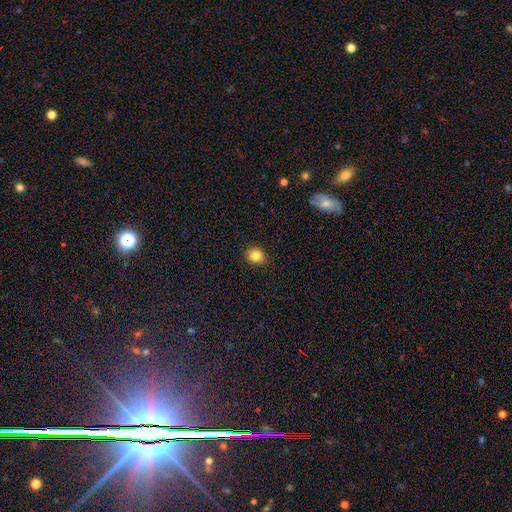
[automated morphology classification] A smooth galaxy with no disk features (83%) that is round (64%).

Vote fractions:
- Smooth or featured? smooth: 83% / star or artifact: 11% / featured or disk: 6%
- How rounded? round: 64% / in between: 36% / cigar-shaped: 1%
- Merging? none: 90% / minor disturbance: 8% / major disturbance: 2% / merger: 1%